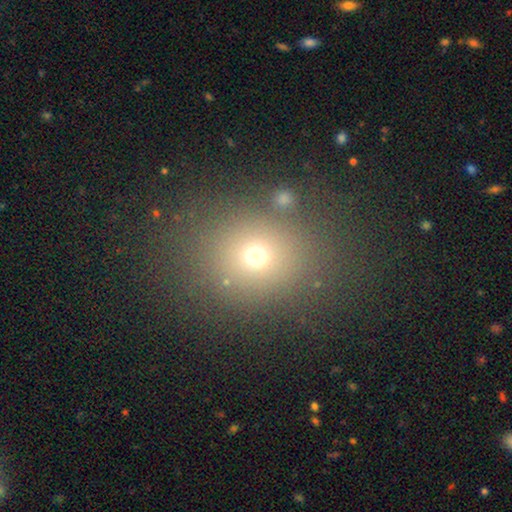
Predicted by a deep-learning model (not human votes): Smooth or featured? smooth (67%)
How rounded? round (70%)
Merging? none (78%)